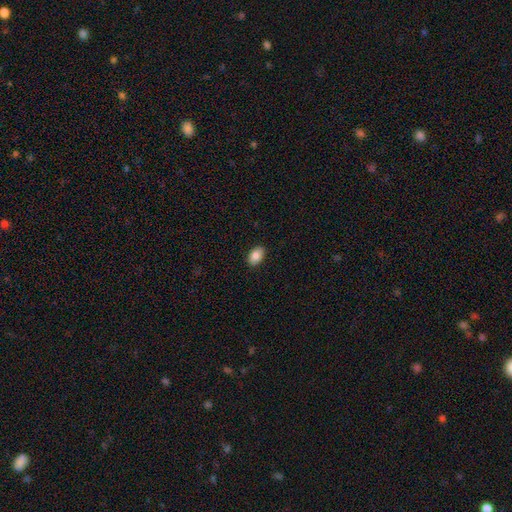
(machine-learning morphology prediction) A smooth galaxy with no disk features (85%) that is in between round and cigar-shaped (88%).

Vote fractions:
- Smooth or featured? smooth: 85% / featured or disk: 8% / star or artifact: 8%
- How rounded? in between: 88% / round: 10% / cigar-shaped: 1%
- Merging? none: 90% / minor disturbance: 8% / major disturbance: 2% / merger: 1%